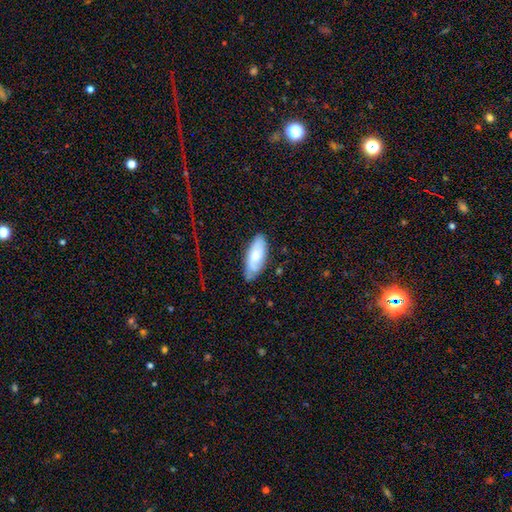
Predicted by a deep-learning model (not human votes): This appears to be a smooth galaxy with no disk features (64%) that is in between round and cigar-shaped (80%). Merging: none (71%).